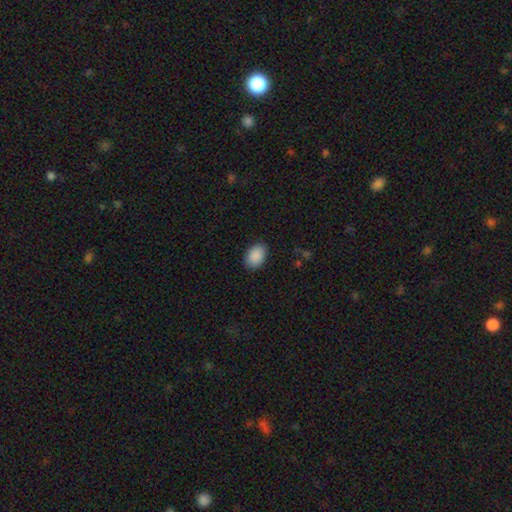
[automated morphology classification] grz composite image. It shows a smooth galaxy with no disk features (90%) that is in between round and cigar-shaped (84%). Merging: none (87%).